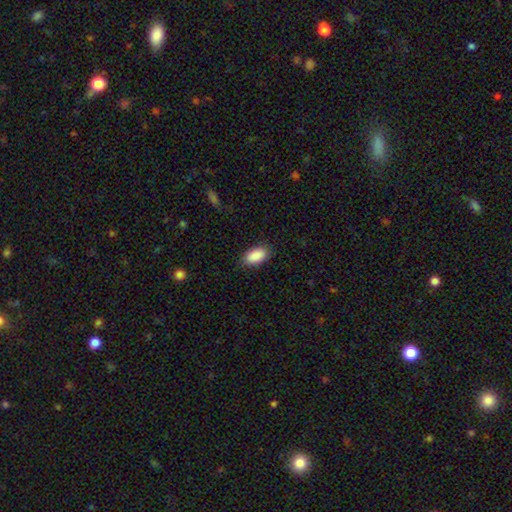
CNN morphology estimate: Smooth or featured? smooth (90%)
How rounded? in between (94%)
Merging? none (86%)